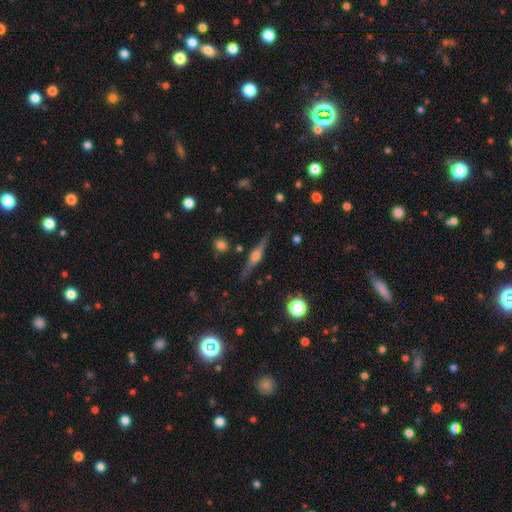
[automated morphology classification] A featured or disk galaxy (75%) viewed edge-on (97%) with a rounded central bulge (83%).

Vote fractions:
- Smooth or featured? featured or disk: 75% / smooth: 18% / star or artifact: 7%
- Edge-on disk? yes: 97% / no: 3%
- Edge-on bulge? rounded: 83% / boxy: 13% / none: 4%
- Merging? none: 87% / minor disturbance: 9% / major disturbance: 2% / merger: 2%